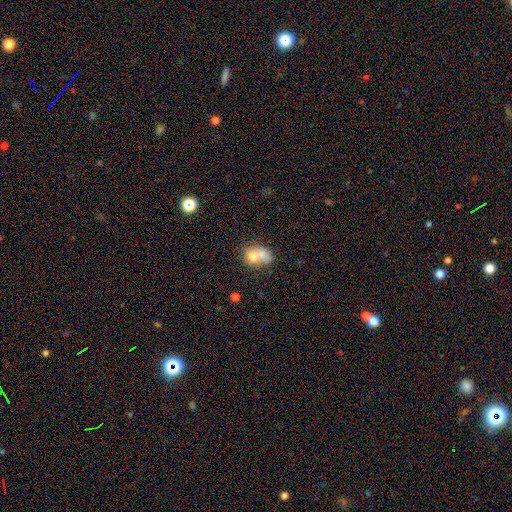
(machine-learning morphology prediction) smooth_or_featured: smooth (p=0.67) [alt: featured or disk p=0.23]
how_rounded: in between (p=0.53) [alt: round p=0.46]
merging: merger (p=0.62) [alt: none p=0.22]